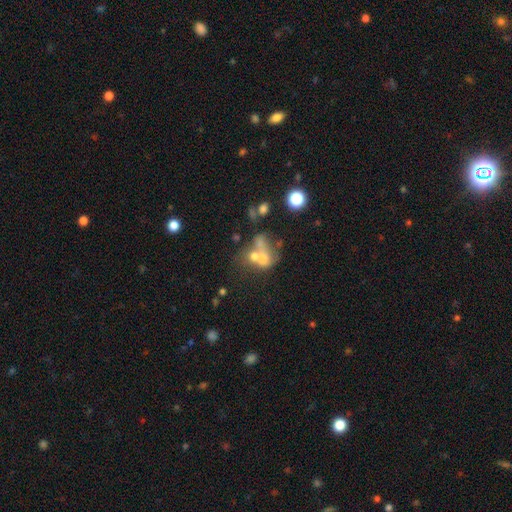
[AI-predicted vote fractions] A smooth galaxy with no disk features (47%).

Vote fractions:
- Smooth or featured? smooth: 47% / featured or disk: 35% / star or artifact: 19%
- Merging? merger: 58% / none: 21% / major disturbance: 13% / minor disturbance: 9%